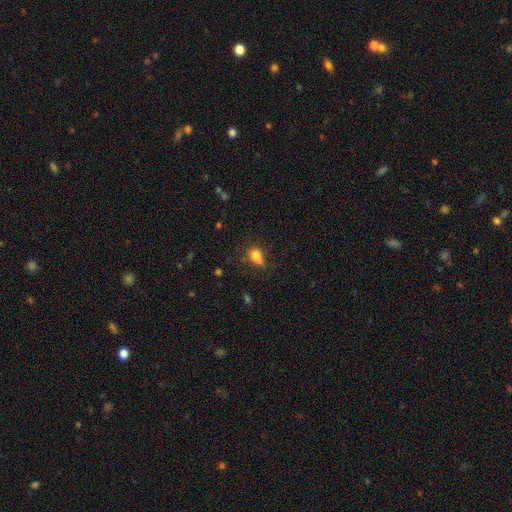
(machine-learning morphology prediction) Overall: smooth (75%). How rounded: round (58%; in between 39%). Merging: none (40%; minor disturbance 24%).